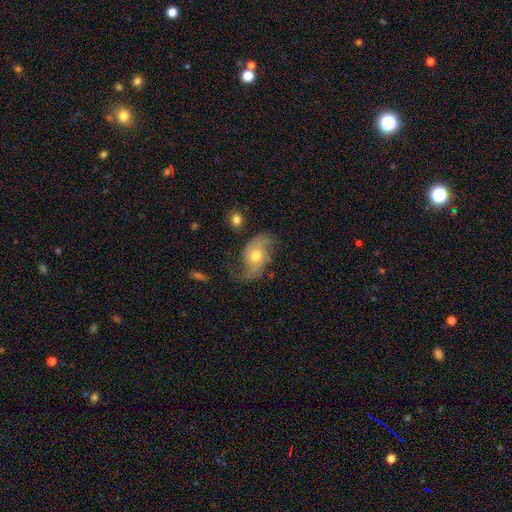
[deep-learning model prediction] Smooth or featured? Predicted: featured or disk (p=0.72). Edge-on disk? Predicted: no (p=0.95). Bar? Predicted: no (p=0.70). Spiral arms? Predicted: yes (p=0.90). Spiral winding? Predicted: loose (p=0.64). Spiral arm count? Predicted: 2 (p=0.86). Bulge size? Predicted: moderate (p=0.72). Merging? Predicted: none (p=0.54).